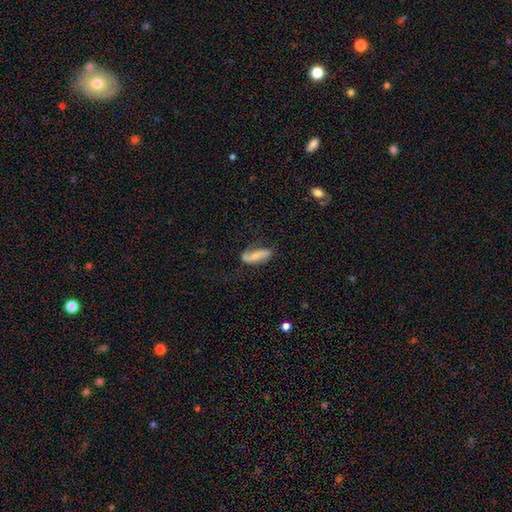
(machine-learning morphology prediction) smooth_or_featured: smooth (p=0.52) [alt: featured or disk p=0.40]
how_rounded: in between (p=0.57) [alt: cigar-shaped p=0.40]
merging: none (p=0.54) [alt: minor disturbance p=0.28]